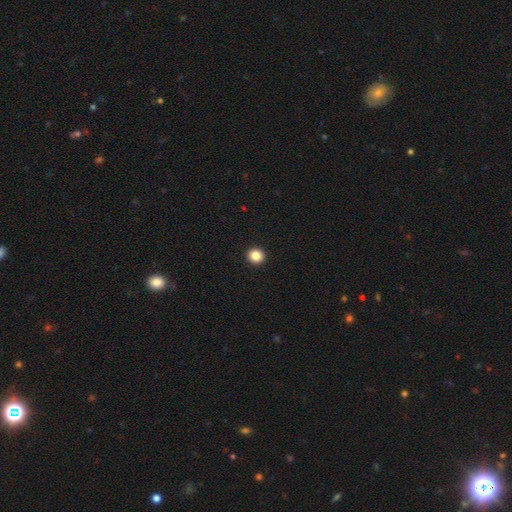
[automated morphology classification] Smooth or featured?
  - smooth: 86% *
  - star or artifact: 10%
  - featured or disk: 4%
How rounded?
  - round: 90% *
  - in between: 9%
  - cigar-shaped: 1%
Merging?
  - none: 94% *
  - minor disturbance: 4%
  - major disturbance: 1%
  - merger: 1%